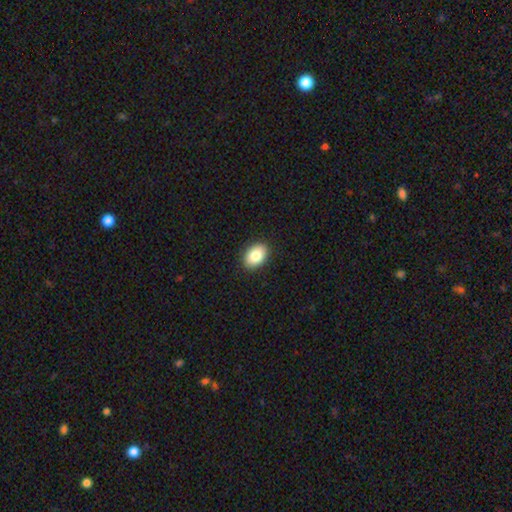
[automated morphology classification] A smooth galaxy with no disk features (85%) that is in between round and cigar-shaped (83%). Merging: none (90%).